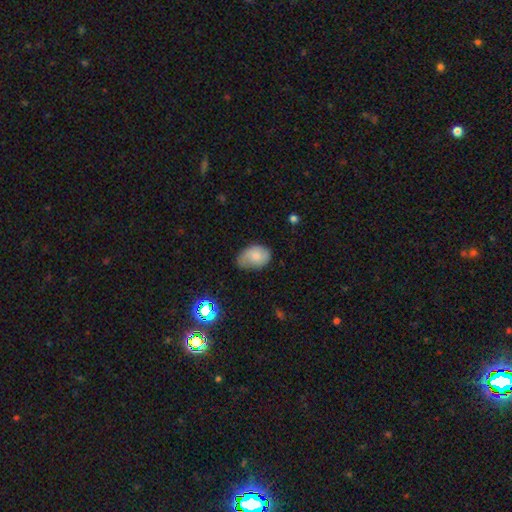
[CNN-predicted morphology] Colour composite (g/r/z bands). It shows a smooth galaxy with no disk features (70%) that is in between round and cigar-shaped (83%). Merging: none (55%).